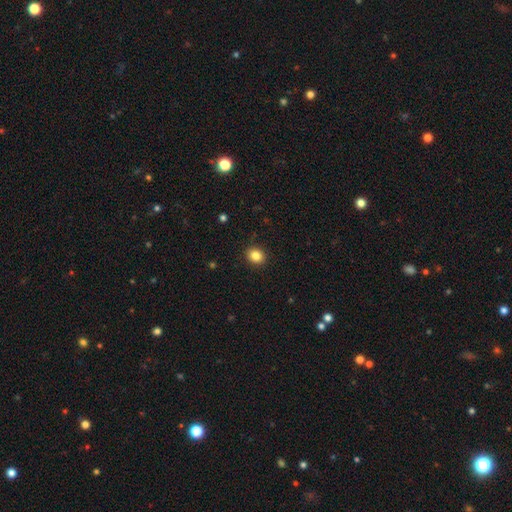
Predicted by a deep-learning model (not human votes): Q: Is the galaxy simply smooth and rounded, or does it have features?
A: smooth — 85%.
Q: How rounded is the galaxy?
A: round — 68%.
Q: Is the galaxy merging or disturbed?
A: none — 90%.